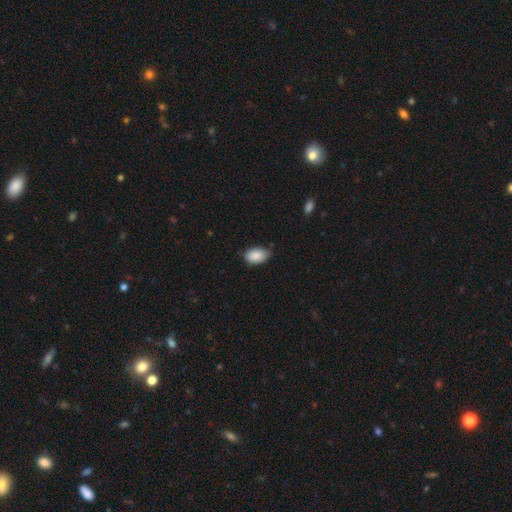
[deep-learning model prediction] A smooth galaxy with no disk features (89%) that is in between round and cigar-shaped (92%).

Vote fractions:
- Smooth or featured? smooth: 89% / star or artifact: 7% / featured or disk: 5%
- How rounded? in between: 92% / round: 7% / cigar-shaped: 1%
- Merging? none: 67% / minor disturbance: 28% / major disturbance: 3% / merger: 1%